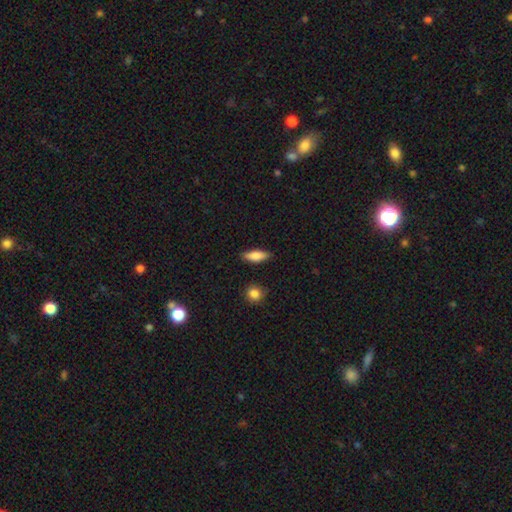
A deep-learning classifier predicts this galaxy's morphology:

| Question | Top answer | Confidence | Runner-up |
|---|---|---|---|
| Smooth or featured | smooth | 82% | featured or disk (11%) |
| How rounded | in between | 67% | cigar-shaped (30%) |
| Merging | none | 86% | minor disturbance (10%) |